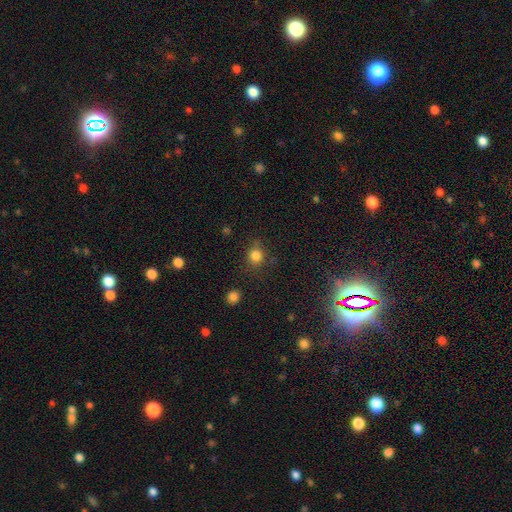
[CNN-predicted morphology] smooth 82%, star or artifact 13%, featured or disk 5%. Down the decision tree: how rounded — round (81%); merging — none (76%).